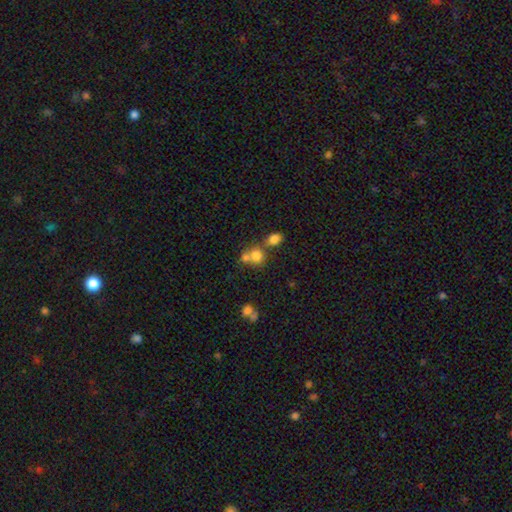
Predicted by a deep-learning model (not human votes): The model was most divided on "merging": merger: 46%, none: 42%, minor disturbance: 8%, major disturbance: 4%. More confident: how rounded — round (77%); smooth or featured — smooth (75%).